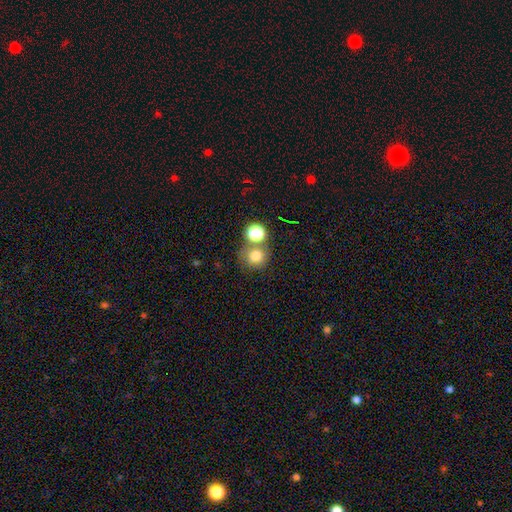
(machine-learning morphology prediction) type=smooth (76%); roundness=round (86%); merging=none (60%).